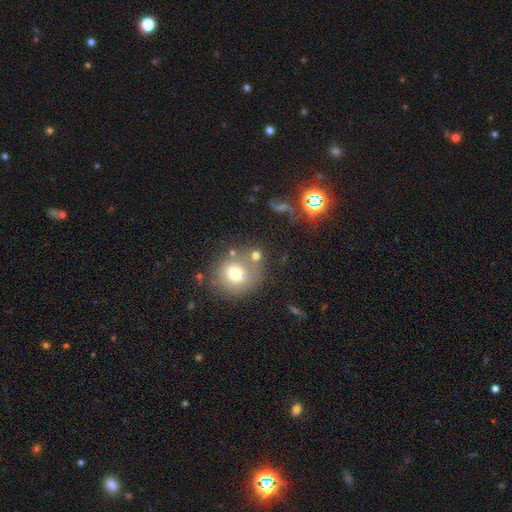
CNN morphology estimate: type=smooth (65%); roundness=round (85%); merging=none (54%).